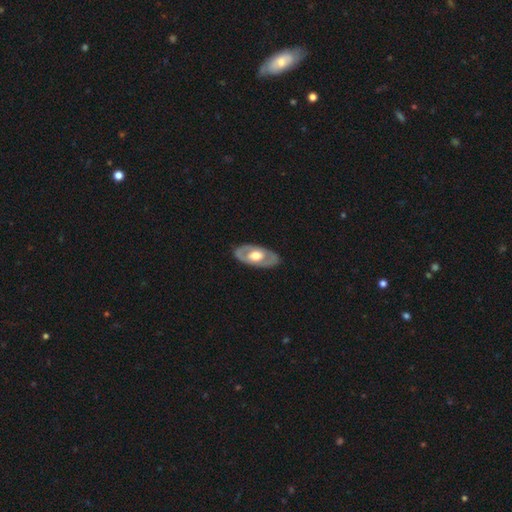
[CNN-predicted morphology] smooth_or_featured: featured or disk (p=0.60) [alt: smooth p=0.36]
disk_edge_on: no (p=0.86) [alt: yes p=0.14]
bar: no (p=0.76) [alt: weak p=0.18]
has_spiral_arms: no (p=0.77) [alt: yes p=0.23]
bulge_size: moderate (p=0.57) [alt: large p=0.36]
merging: none (p=0.84) [alt: minor disturbance p=0.11]